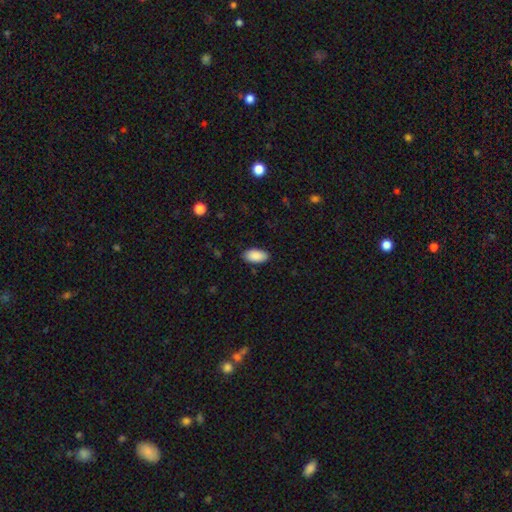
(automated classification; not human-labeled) Smooth or featured? Predicted: smooth (p=0.90). How rounded? Predicted: in between (p=0.95). Merging? Predicted: none (p=0.88).